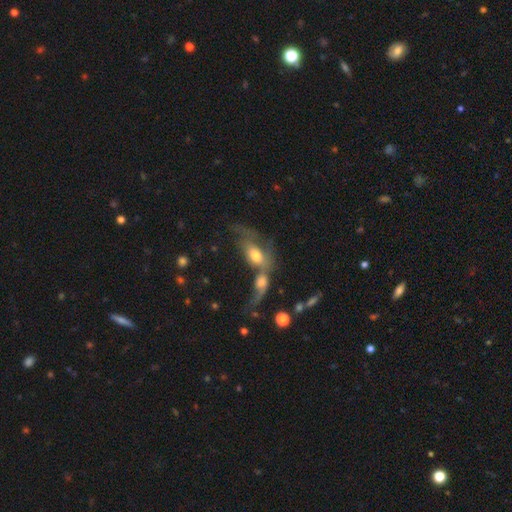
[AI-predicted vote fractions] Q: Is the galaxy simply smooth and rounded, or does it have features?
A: smooth — 52%.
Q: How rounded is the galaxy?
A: in between — 84%.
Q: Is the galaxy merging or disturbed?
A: merger — 63%.